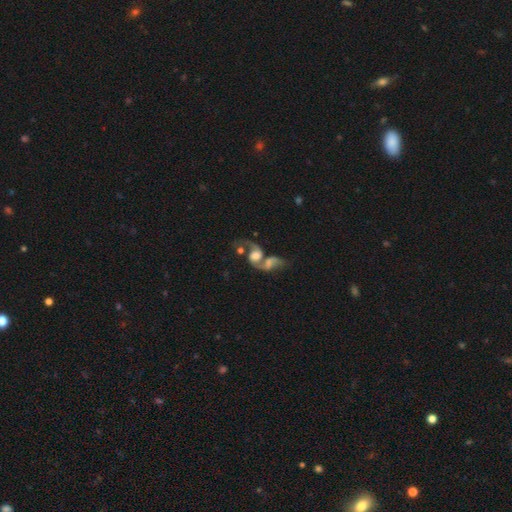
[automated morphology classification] Q: Smooth or featured?
A: featured or disk (63%); runner-up: smooth (27%)
Q: Edge-on disk?
A: no (96%); runner-up: yes (4%)
Q: Bar?
A: no (64%); runner-up: weak (27%)
Q: Spiral arms?
A: yes (77%); runner-up: no (23%)
Q: Bulge size?
A: large (35%); runner-up: moderate (31%)
Q: Merging?
A: merger (70%); runner-up: none (12%)